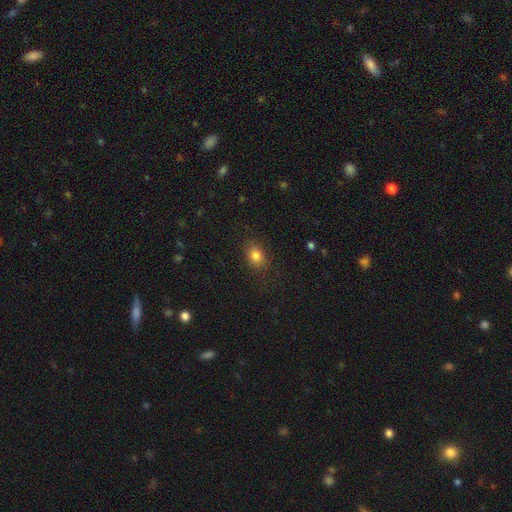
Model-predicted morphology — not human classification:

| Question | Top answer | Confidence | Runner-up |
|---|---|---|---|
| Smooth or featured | smooth | 83% | star or artifact (11%) |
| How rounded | in between | 62% | round (37%) |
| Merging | none | 83% | minor disturbance (12%) |